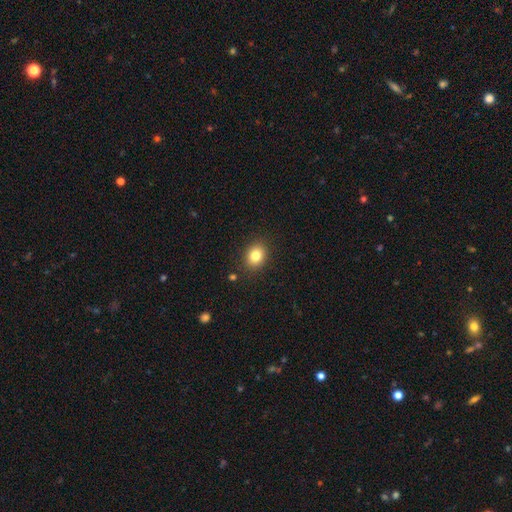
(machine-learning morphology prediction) This is clearly a smooth galaxy (81%). How rounded: possibly round (58%). Merging: clearly none (88%).